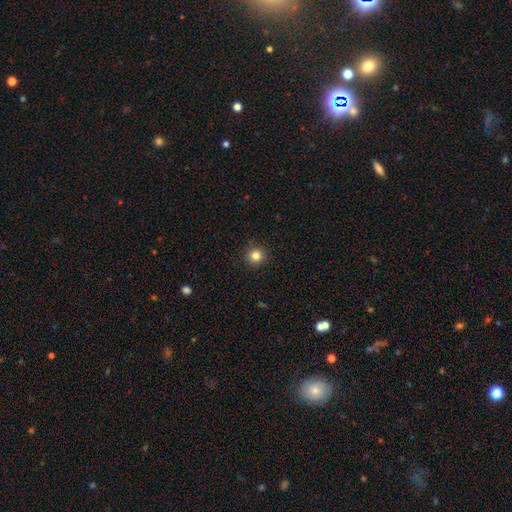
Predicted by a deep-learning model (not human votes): A smooth galaxy with no disk features (82%) that is round (95%).

Vote fractions:
- Smooth or featured? smooth: 82% / star or artifact: 12% / featured or disk: 5%
- How rounded? round: 95% / in between: 4% / cigar-shaped: 1%
- Merging? none: 92% / minor disturbance: 5% / major disturbance: 2% / merger: 1%